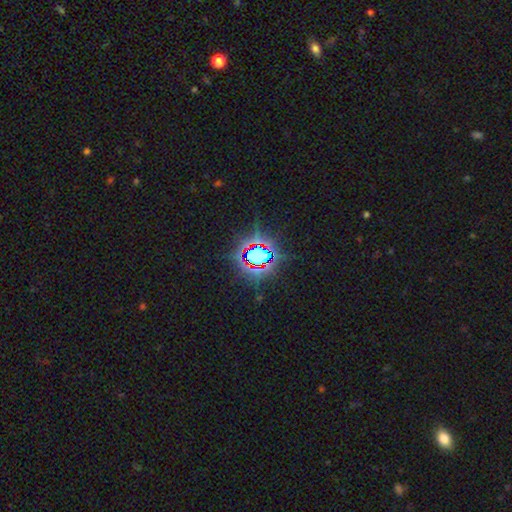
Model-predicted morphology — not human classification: star or artifact 76%, smooth 14%, featured or disk 11%.